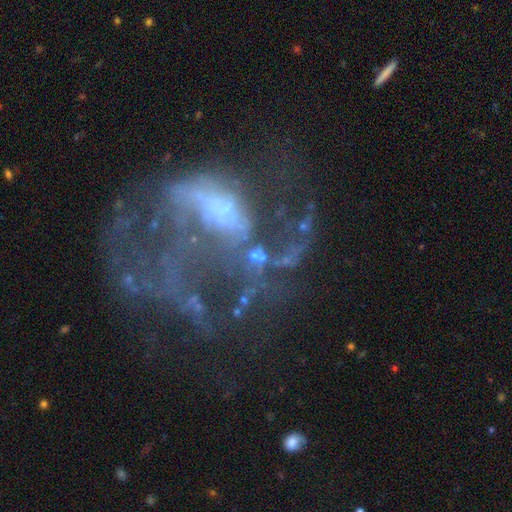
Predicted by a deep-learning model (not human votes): smooth_or_featured: featured or disk (p=0.41) [alt: star or artifact p=0.36]
merging: none (p=0.36) [alt: merger p=0.26]